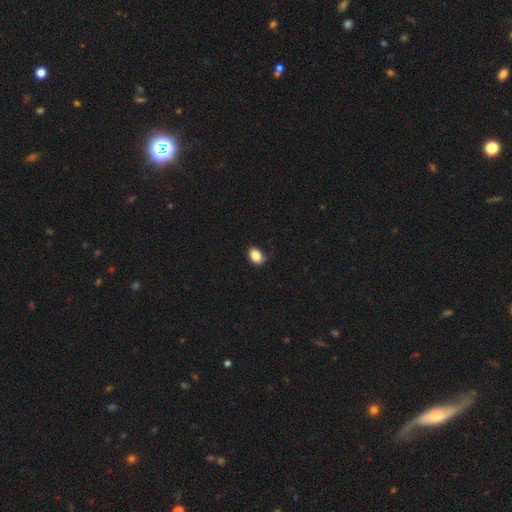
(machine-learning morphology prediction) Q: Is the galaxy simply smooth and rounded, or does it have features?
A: smooth — 84%.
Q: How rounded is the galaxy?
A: in between — 77%.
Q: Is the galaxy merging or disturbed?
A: none — 59%.